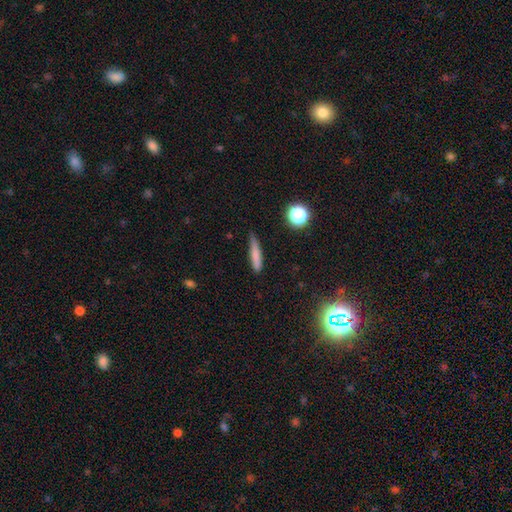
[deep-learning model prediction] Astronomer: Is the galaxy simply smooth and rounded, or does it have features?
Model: smooth — 76%.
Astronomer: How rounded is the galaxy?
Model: cigar-shaped — 87%.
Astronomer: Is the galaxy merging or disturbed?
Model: none — 71%.